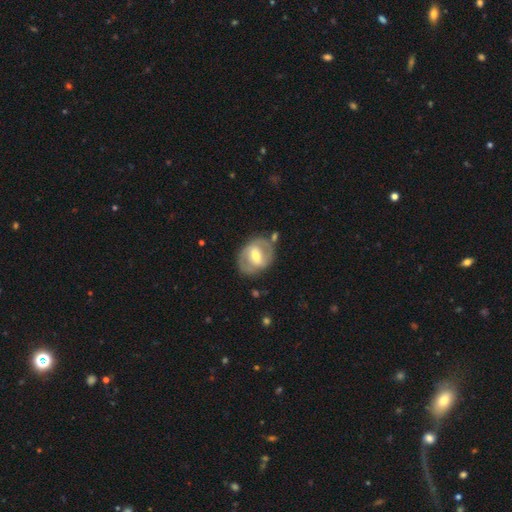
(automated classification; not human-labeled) smooth-or-featured: featured or disk: 67% | smooth: 28% | star or artifact: 5%
  disk-edge-on: no: 95% | yes: 5%
    bar: weak: 41% (tied) | strong: 41% (tied) | no: 18%
    has-spiral-arms: yes: 57% | no: 43%
    bulge-size: moderate: 66% | small: 22% | large: 10% | none: 1% | dominant: 1%
  merging: none: 72% | minor disturbance: 16% | major disturbance: 7% | merger: 5%